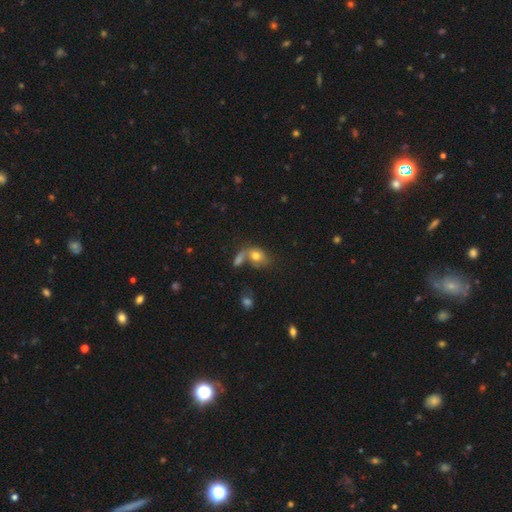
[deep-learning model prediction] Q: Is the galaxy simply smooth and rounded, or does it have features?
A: smooth — 72%.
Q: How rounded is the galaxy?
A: in between — 65%.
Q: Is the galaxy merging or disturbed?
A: merger — 45%.